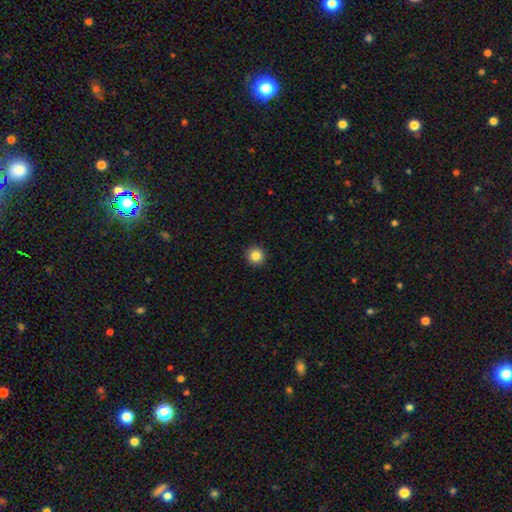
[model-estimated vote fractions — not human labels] smooth_or_featured: smooth (p=0.84) [alt: star or artifact p=0.11]
how_rounded: round (p=0.95) [alt: in between p=0.04]
merging: none (p=0.93) [alt: minor disturbance p=0.04]